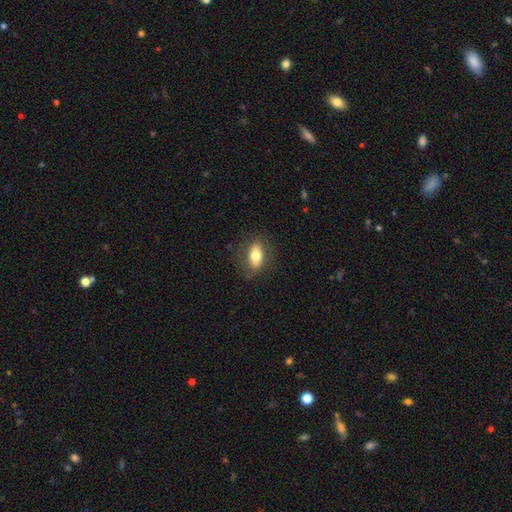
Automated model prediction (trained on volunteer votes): This is likely a smooth galaxy (72%). How rounded: clearly in between (81%). Merging: clearly none (82%).